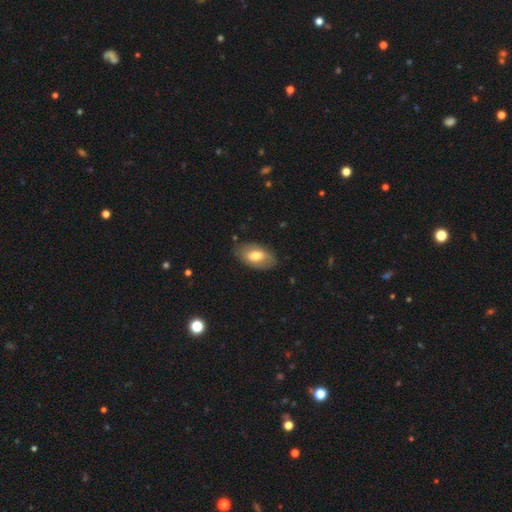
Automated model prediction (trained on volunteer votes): This appears to be a smooth galaxy with no disk features (63%) that is in between round and cigar-shaped (93%). Merging: none (77%).